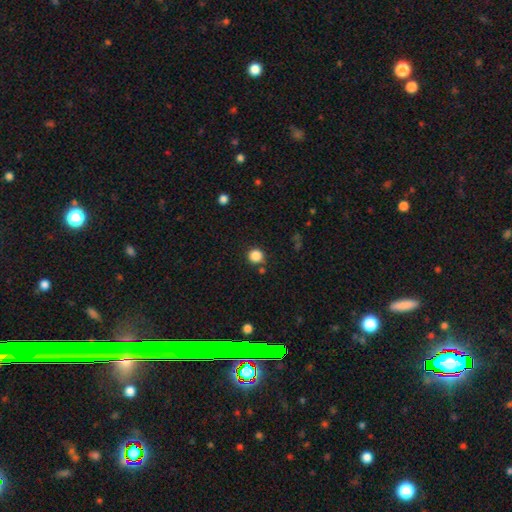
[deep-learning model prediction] Smooth or featured? Predicted: smooth (p=0.86). How rounded? Predicted: round (p=0.92). Merging? Predicted: none (p=0.85).